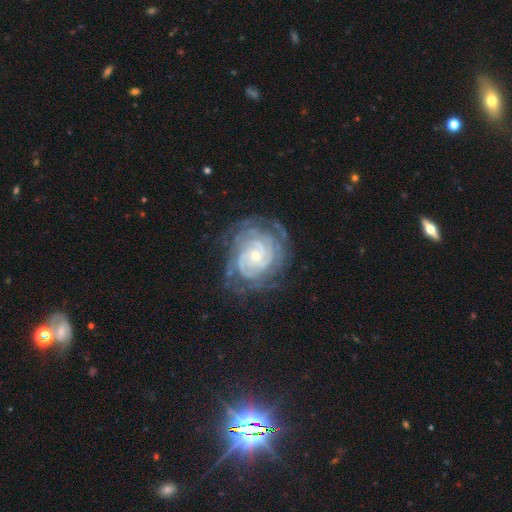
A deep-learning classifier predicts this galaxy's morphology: type=featured or disk (89%); edge-on=no (97%); bar=no (69%); spiral arms=yes (97%); winding=tight (82%); arm count=can't tell (29%); bulge=small (68%); merging=none (74%).